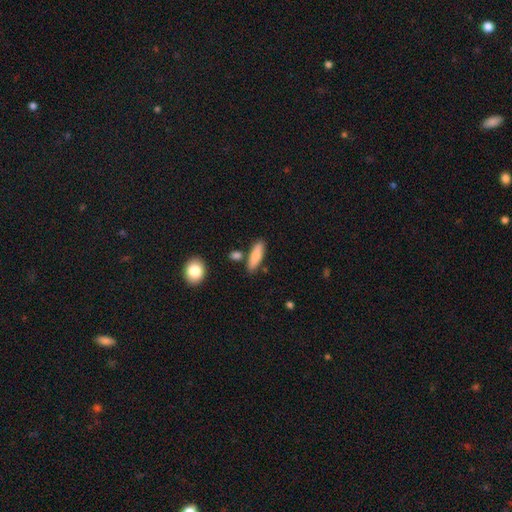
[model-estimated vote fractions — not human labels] This appears to be a smooth galaxy with no disk features (79%) that is cigar-shaped (56%). Merging: none (80%).